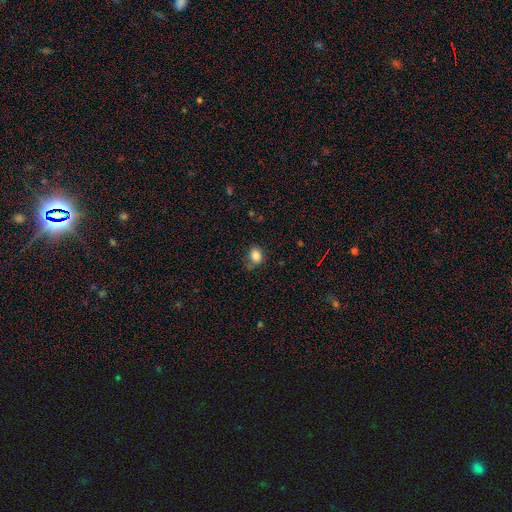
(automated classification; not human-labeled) A smooth galaxy with no disk features (83%) that is round (55%).

Vote fractions:
- Smooth or featured? smooth: 83% / star or artifact: 10% / featured or disk: 7%
- How rounded? round: 55% / in between: 44% / cigar-shaped: 1%
- Merging? none: 68% / minor disturbance: 23% / major disturbance: 7% / merger: 2%